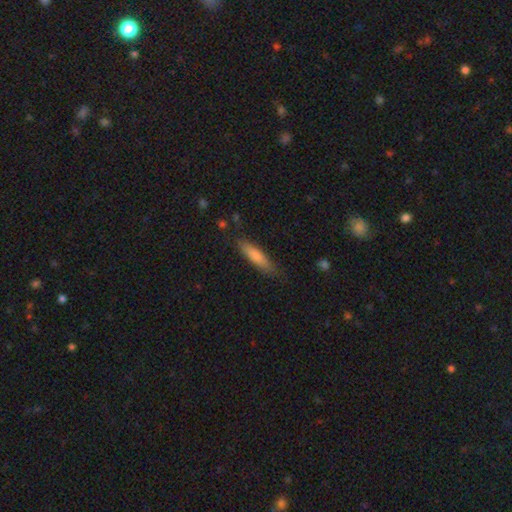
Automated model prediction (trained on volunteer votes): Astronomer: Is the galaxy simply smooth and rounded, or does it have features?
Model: smooth — 80%.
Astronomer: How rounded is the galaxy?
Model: cigar-shaped — 74%.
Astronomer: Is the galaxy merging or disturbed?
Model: none — 78%.